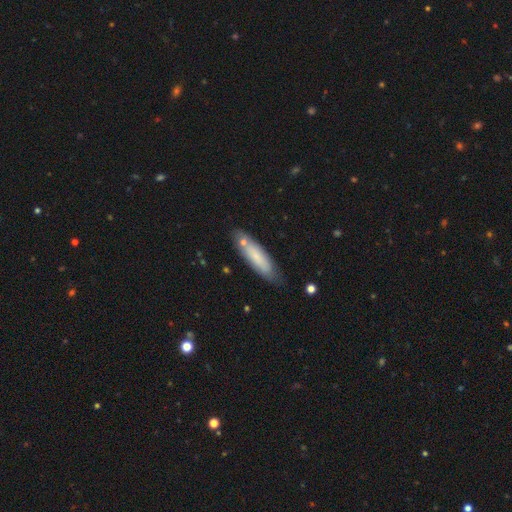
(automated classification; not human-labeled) smooth-or-featured: smooth: 70% | featured or disk: 23% | star or artifact: 7%
  how-rounded: cigar-shaped: 70% | in between: 28% | round: 1%
  merging: none: 75% | minor disturbance: 16% | merger: 5% | major disturbance: 3%